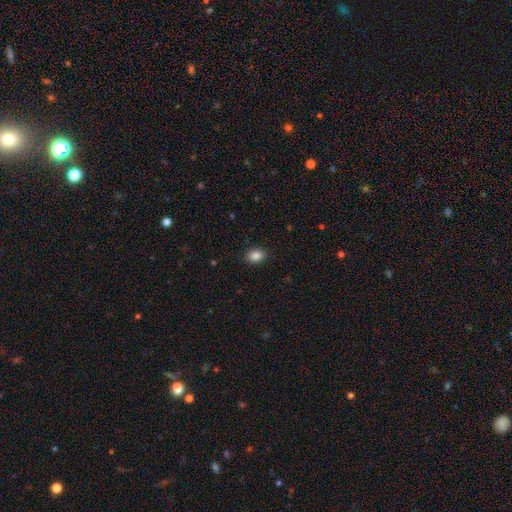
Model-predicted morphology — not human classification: The model was most divided on "how rounded": in between: 70%, round: 29%, cigar-shaped: 1%. More confident: merging — none (89%); smooth or featured — smooth (87%).